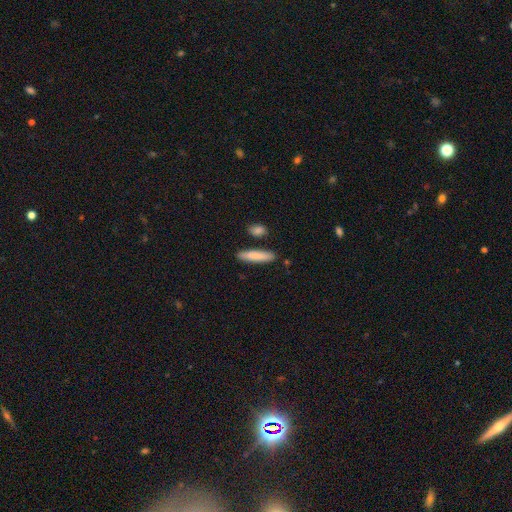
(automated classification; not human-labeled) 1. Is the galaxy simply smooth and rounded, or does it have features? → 84% smooth, 11% featured or disk, 6% star or artifact.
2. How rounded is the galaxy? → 83% cigar-shaped, 16% in between, 2% round.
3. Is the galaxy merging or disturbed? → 86% none, 8% minor disturbance, 3% merger, 2% major disturbance.